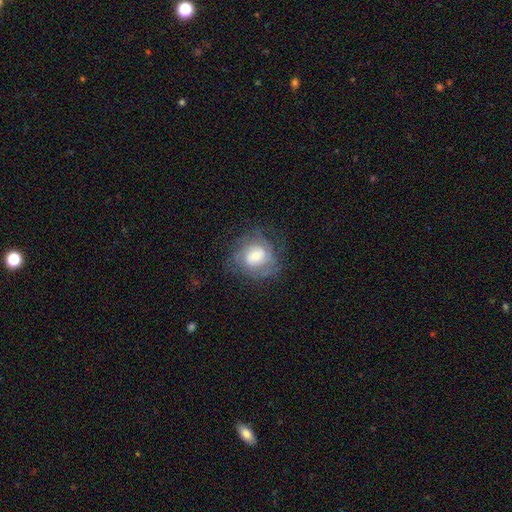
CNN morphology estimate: This appears to be a featured or disk galaxy (60%) with no bar (61%), spiral arms (76%) and a moderate central bulge (51%). Merging: none (66%).